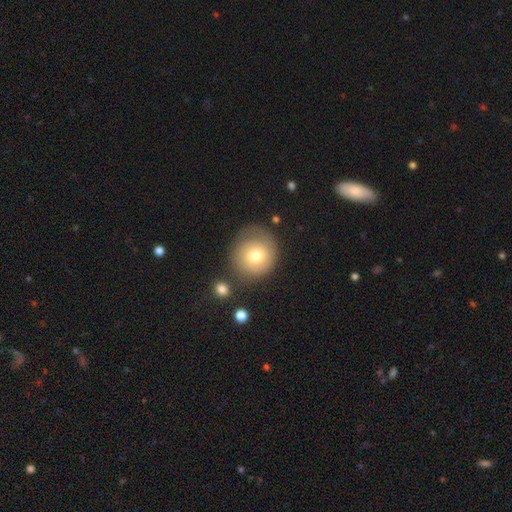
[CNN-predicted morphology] Smooth or featured?
  - smooth: 68% *
  - featured or disk: 23%
  - star or artifact: 9%
How rounded?
  - round: 85% *
  - in between: 14%
  - cigar-shaped: 1%
Merging?
  - none: 68% *
  - minor disturbance: 19%
  - major disturbance: 8%
  - merger: 5%